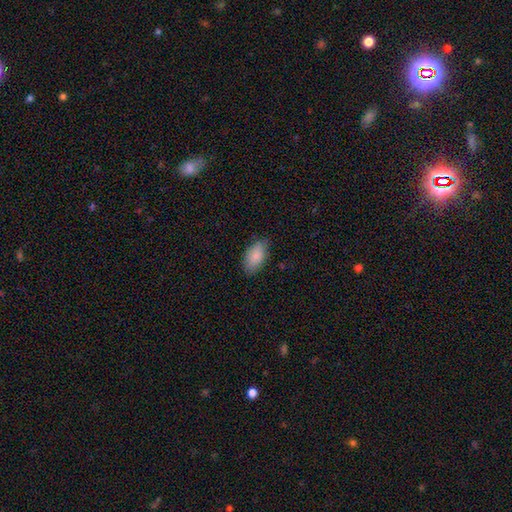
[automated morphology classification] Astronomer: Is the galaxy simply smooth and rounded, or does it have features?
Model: smooth — 86%.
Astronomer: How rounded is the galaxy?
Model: in between — 93%.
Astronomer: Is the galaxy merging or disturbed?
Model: none — 78%.